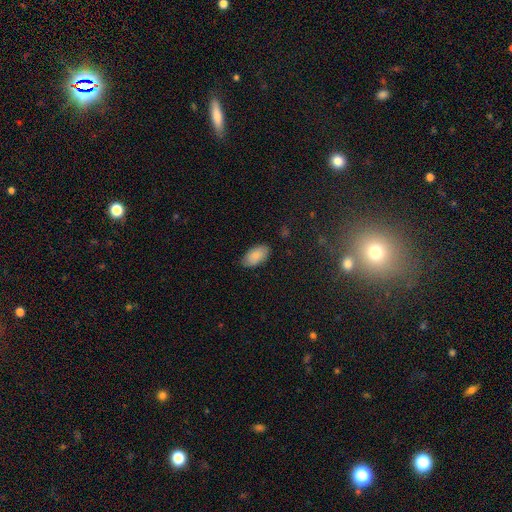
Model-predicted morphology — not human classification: Smooth or featured?
  - smooth: 86% *
  - featured or disk: 7%
  - star or artifact: 6%
How rounded?
  - in between: 95% *
  - round: 3%
  - cigar-shaped: 2%
Merging?
  - none: 82% *
  - minor disturbance: 14%
  - major disturbance: 3%
  - merger: 1%